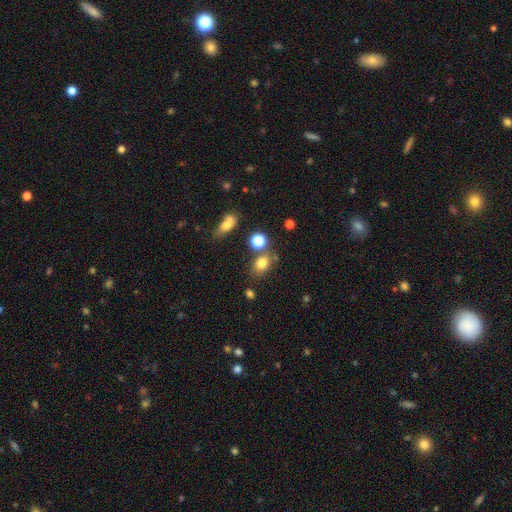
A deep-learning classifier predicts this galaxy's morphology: Overall: smooth (46%; star or artifact 36%). Merging: none (56%; merger 25%).